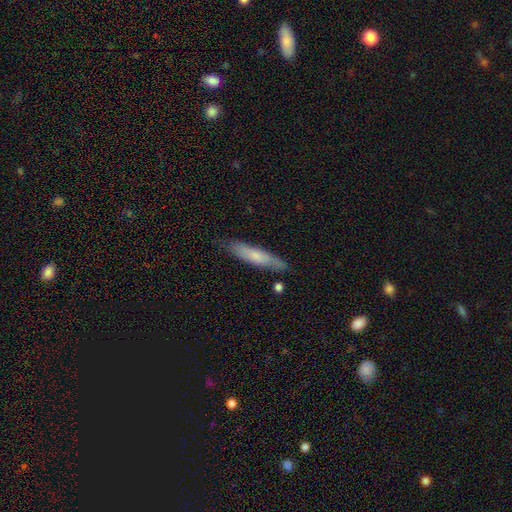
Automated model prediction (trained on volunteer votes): Smooth or featured? smooth (64%)
How rounded? cigar-shaped (84%)
Merging? none (78%)